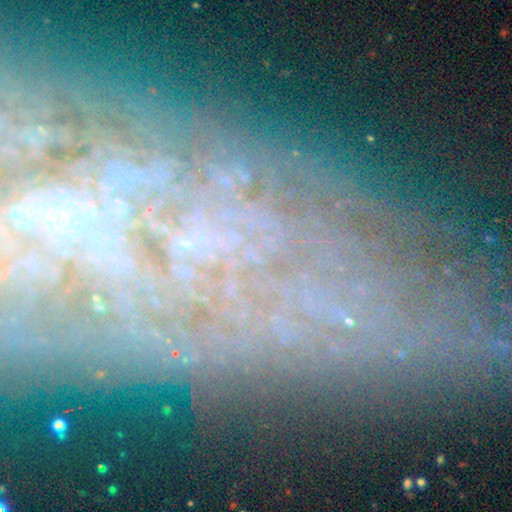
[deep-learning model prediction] smooth-or-featured: star or artifact: 62% | featured or disk: 25% | smooth: 12%